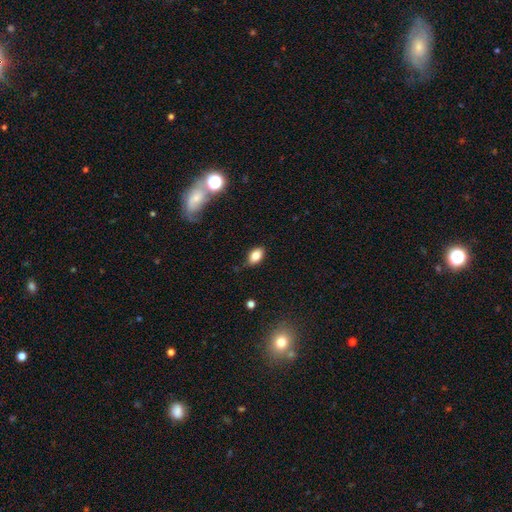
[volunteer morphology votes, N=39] Smooth or featured?
  - smooth: 82% *
  - featured or disk: 10%
  - star or artifact: 8%
How rounded?
  - in between: 88% *
  - round: 9%
  - cigar-shaped: 3%
Merging?
  - none: 78% *
  - minor disturbance: 22%
  - major disturbance: 0%
  - merger: 0%